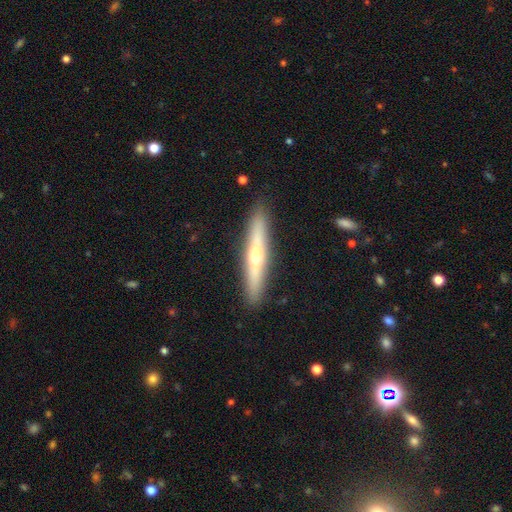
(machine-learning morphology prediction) Smooth or featured? Predicted: featured or disk (p=0.53). Edge-on disk? Predicted: yes (p=0.93). Merging? Predicted: none (p=0.90).